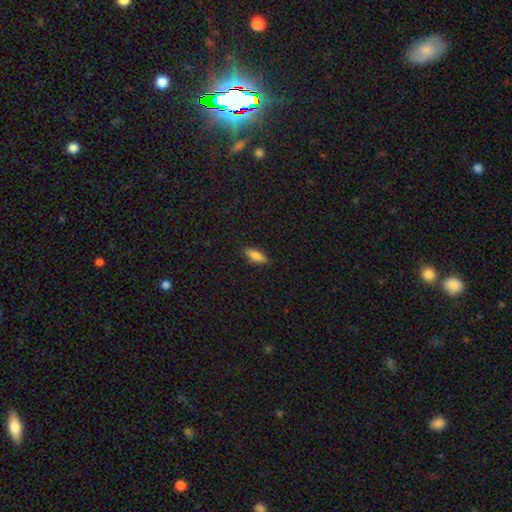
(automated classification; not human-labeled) Overall: smooth (79%). How rounded: in between (65%; cigar-shaped 33%). Merging: none (85%).